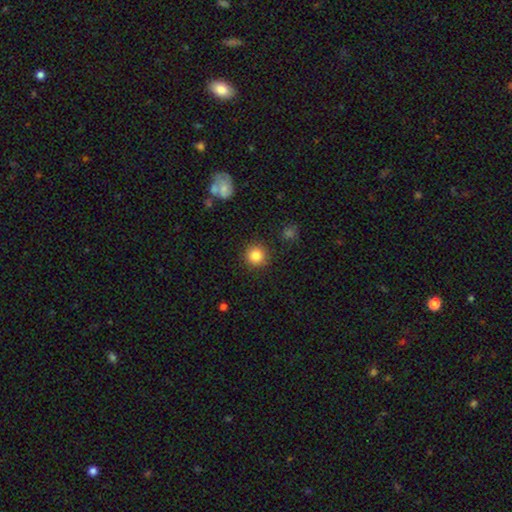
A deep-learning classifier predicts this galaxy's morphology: A smooth galaxy with no disk features (84%) that is round (94%). Merging: none (90%).